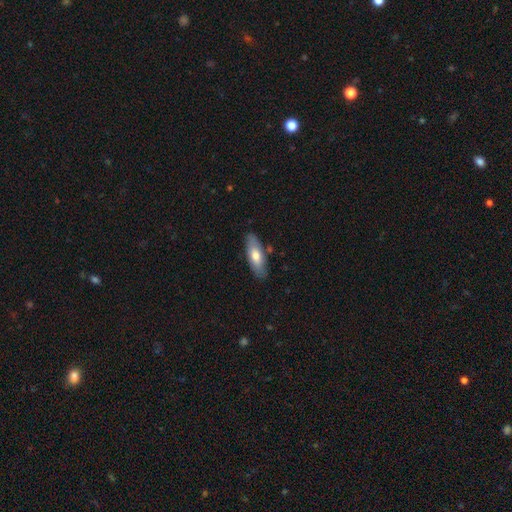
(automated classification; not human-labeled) smooth-or-featured: smooth: 68% | featured or disk: 27% | star or artifact: 6%
  how-rounded: in between: 67% | cigar-shaped: 31% | round: 2%
  merging: none: 84% | minor disturbance: 11% | merger: 2% | major disturbance: 2%